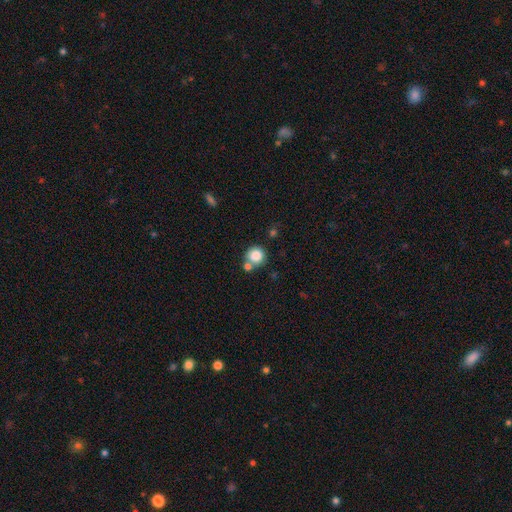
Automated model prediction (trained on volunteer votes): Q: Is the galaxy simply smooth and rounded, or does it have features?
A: smooth — 84%.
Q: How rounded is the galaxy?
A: round — 91%.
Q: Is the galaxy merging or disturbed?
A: none — 62%.